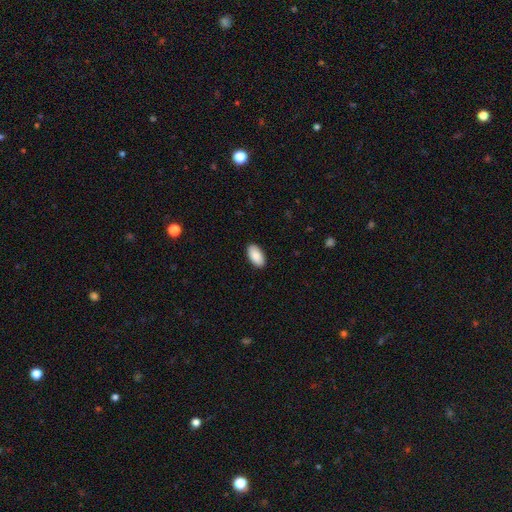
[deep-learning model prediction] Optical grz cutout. It shows a smooth galaxy with no disk features (89%) that is in between round and cigar-shaped (96%). Merging: none (90%).